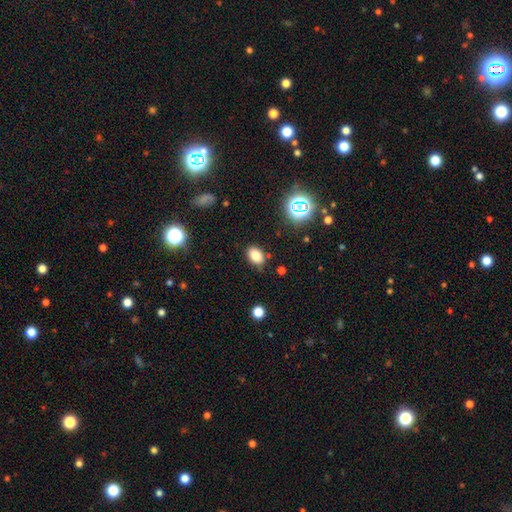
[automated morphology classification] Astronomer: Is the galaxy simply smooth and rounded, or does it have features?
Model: smooth — 80%.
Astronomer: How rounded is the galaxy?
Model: in between — 81%.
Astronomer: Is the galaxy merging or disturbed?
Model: none — 80%.